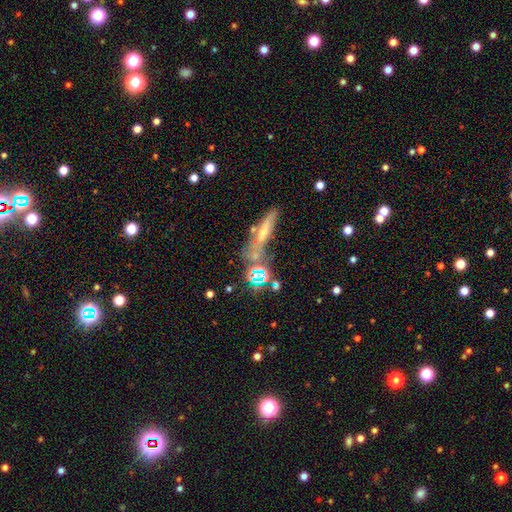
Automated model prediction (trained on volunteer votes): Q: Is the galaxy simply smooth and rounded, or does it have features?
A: smooth — 38%.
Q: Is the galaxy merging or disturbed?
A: none — 57%.